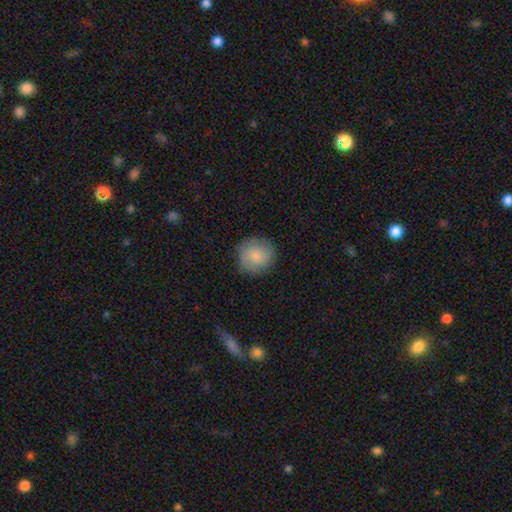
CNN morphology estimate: This is likely a smooth galaxy (80%). How rounded: clearly round (93%). Merging: clearly none (84%).